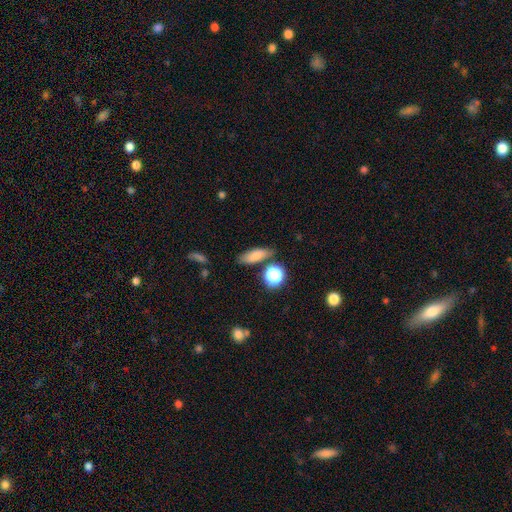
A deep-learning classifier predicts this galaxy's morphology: A smooth galaxy with no disk features (78%) that is in between round and cigar-shaped (57%).

Vote fractions:
- Smooth or featured? smooth: 78% / star or artifact: 12% / featured or disk: 10%
- How rounded? in between: 57% / cigar-shaped: 33% / round: 10%
- Merging? none: 76% / minor disturbance: 13% / merger: 8% / major disturbance: 4%